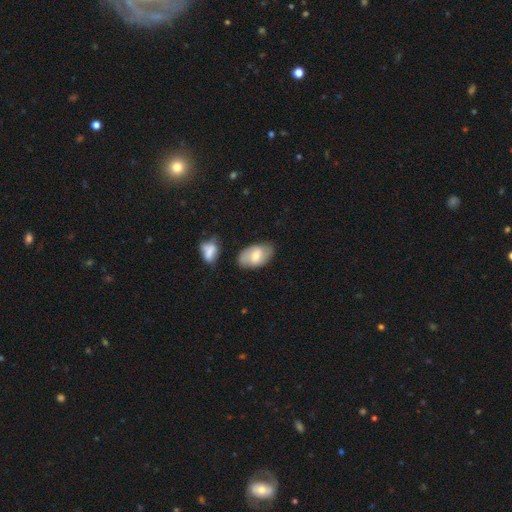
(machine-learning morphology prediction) Smooth or featured? Predicted: smooth (p=0.54). How rounded? Predicted: in between (p=0.91). Merging? Predicted: none (p=0.73).